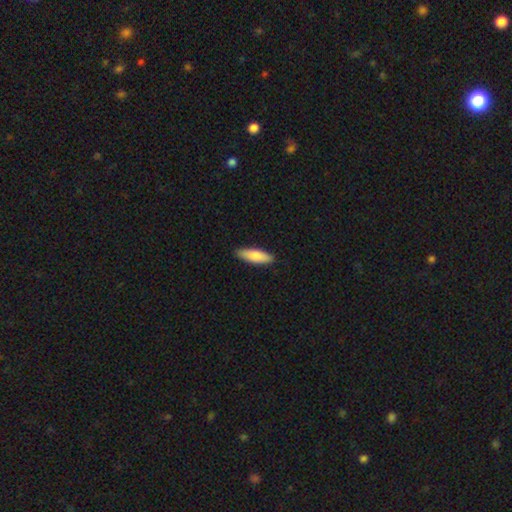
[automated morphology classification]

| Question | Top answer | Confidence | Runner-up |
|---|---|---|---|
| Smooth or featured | smooth | 80% | featured or disk (15%) |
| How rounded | cigar-shaped | 53% | in between (45%) |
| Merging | none | 89% | minor disturbance (8%) |